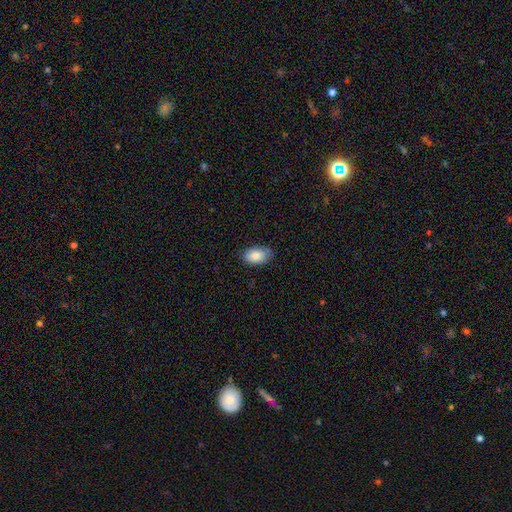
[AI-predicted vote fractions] Smooth or featured?
  - smooth: 84% *
  - featured or disk: 9%
  - star or artifact: 7%
How rounded?
  - in between: 92% *
  - round: 7%
  - cigar-shaped: 1%
Merging?
  - none: 78% *
  - minor disturbance: 18%
  - major disturbance: 3%
  - merger: 1%